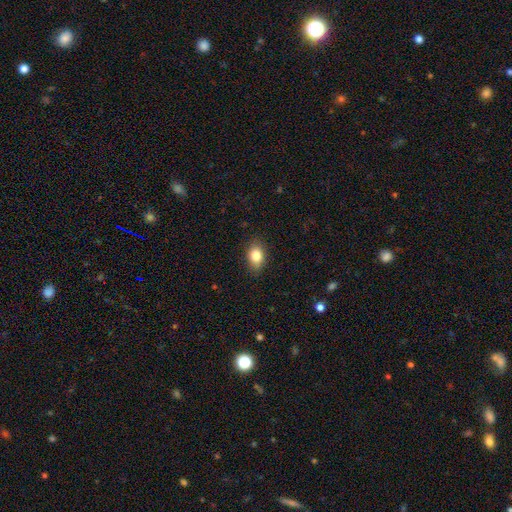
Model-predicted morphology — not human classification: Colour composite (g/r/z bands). It shows a smooth galaxy with no disk features (83%) that is in between round and cigar-shaped (76%). Merging: none (85%).